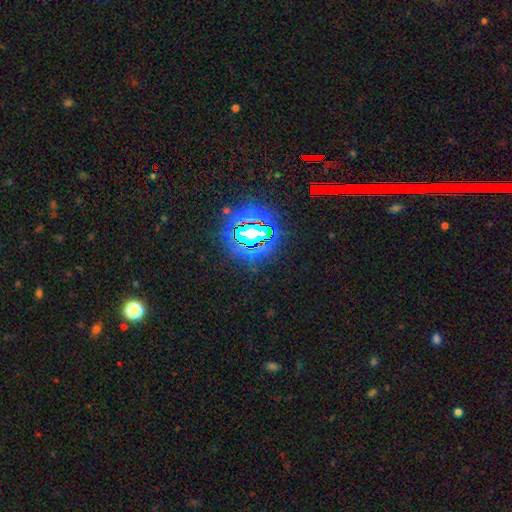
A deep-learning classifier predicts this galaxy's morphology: Smooth or featured?
  - star or artifact: 84% *
  - smooth: 8%
  - featured or disk: 8%